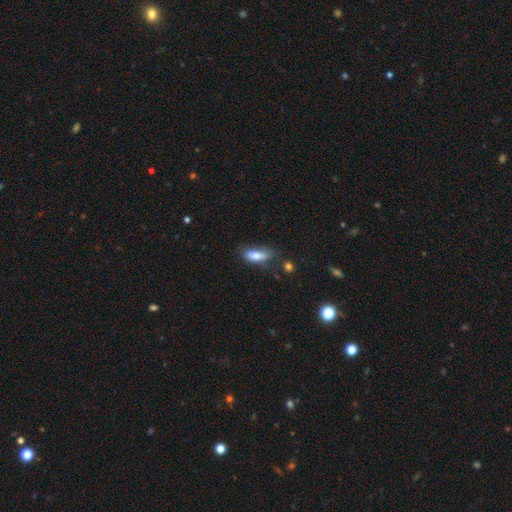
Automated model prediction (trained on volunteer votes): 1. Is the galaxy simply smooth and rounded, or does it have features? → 78% smooth, 14% featured or disk, 8% star or artifact.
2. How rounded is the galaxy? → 75% in between, 22% cigar-shaped, 3% round.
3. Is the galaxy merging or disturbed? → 52% none, 29% minor disturbance, 13% major disturbance, 6% merger.